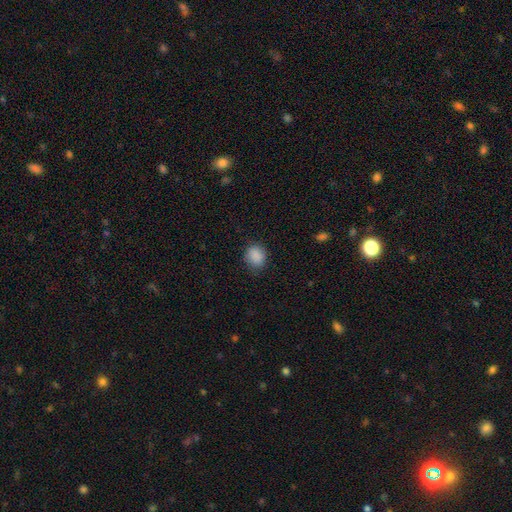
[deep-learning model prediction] This is clearly a smooth galaxy (88%). How rounded: possibly round (59%). Merging: likely none (78%).